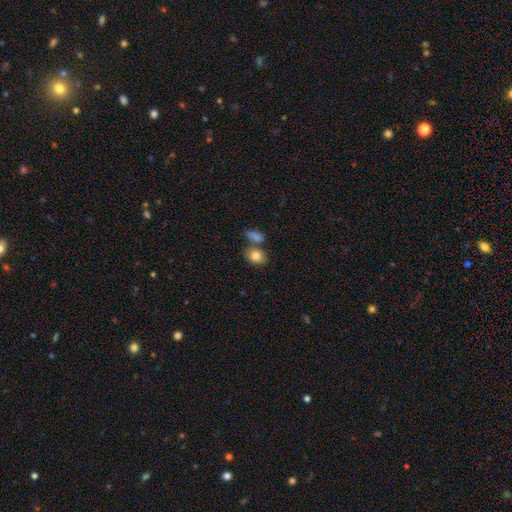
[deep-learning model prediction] A smooth galaxy with no disk features (84%) that is in between round and cigar-shaped (55%).

Vote fractions:
- Smooth or featured? smooth: 84% / star or artifact: 8% / featured or disk: 8%
- How rounded? in between: 55% / round: 44% / cigar-shaped: 2%
- Merging? none: 53% / merger: 30% / minor disturbance: 12% / major disturbance: 4%